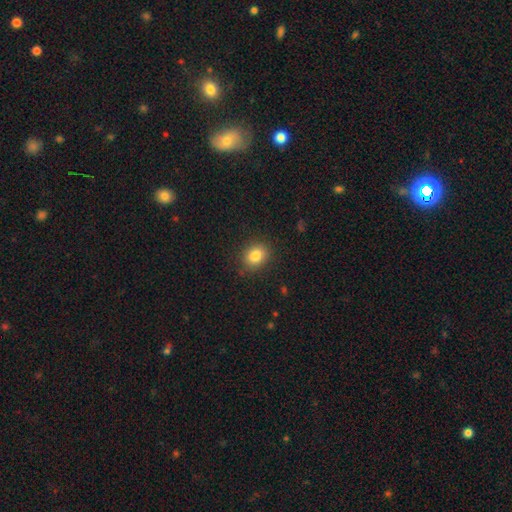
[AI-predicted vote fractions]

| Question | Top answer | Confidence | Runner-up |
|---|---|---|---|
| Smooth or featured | smooth | 83% | star or artifact (10%) |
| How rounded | round | 53% | in between (46%) |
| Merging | none | 85% | minor disturbance (10%) |